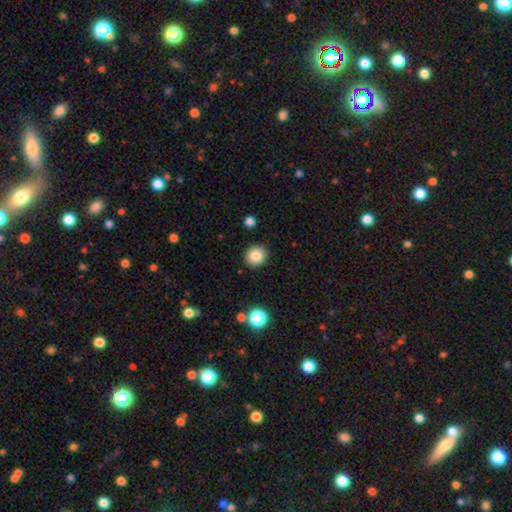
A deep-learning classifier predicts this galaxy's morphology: smooth-or-featured: smooth: 84% | star or artifact: 10% | featured or disk: 6%
  how-rounded: round: 87% | in between: 13% | cigar-shaped: 1%
  merging: none: 90% | minor disturbance: 7% | major disturbance: 2% | merger: 2%